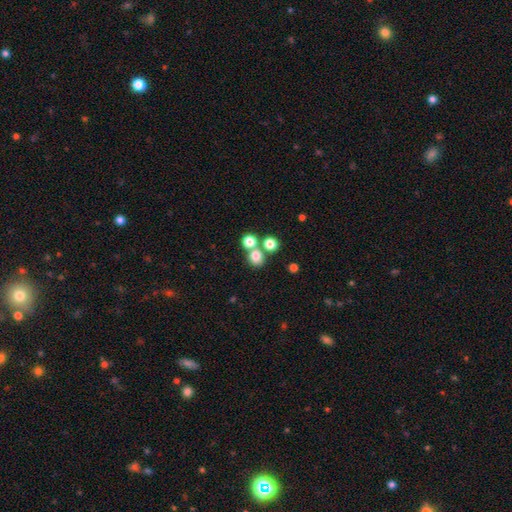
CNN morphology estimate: type=smooth (76%); roundness=round (81%); merging=none (57%).